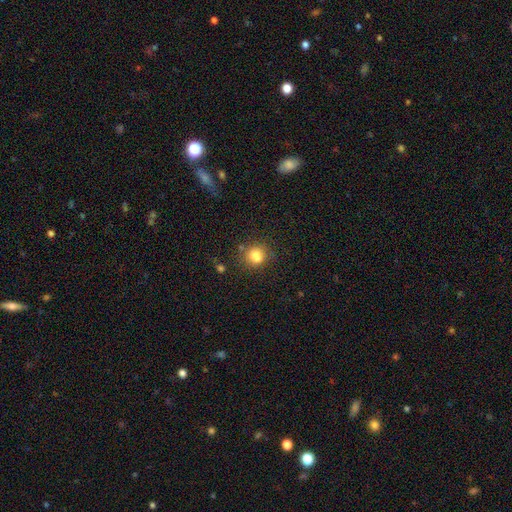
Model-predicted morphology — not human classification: Smooth or featured? smooth (81%)
How rounded? round (72%)
Merging? none (68%)